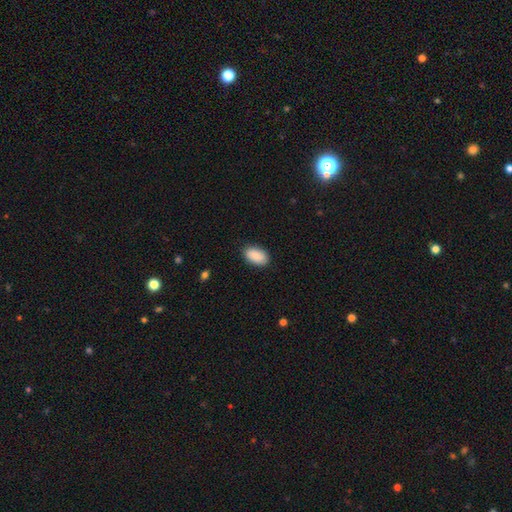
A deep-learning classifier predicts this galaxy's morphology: A smooth galaxy with no disk features (91%) that is in between round and cigar-shaped (94%).

Vote fractions:
- Smooth or featured? smooth: 91% / star or artifact: 6% / featured or disk: 3%
- How rounded? in between: 94% / round: 4% / cigar-shaped: 2%
- Merging? none: 88% / minor disturbance: 9% / major disturbance: 2% / merger: 1%